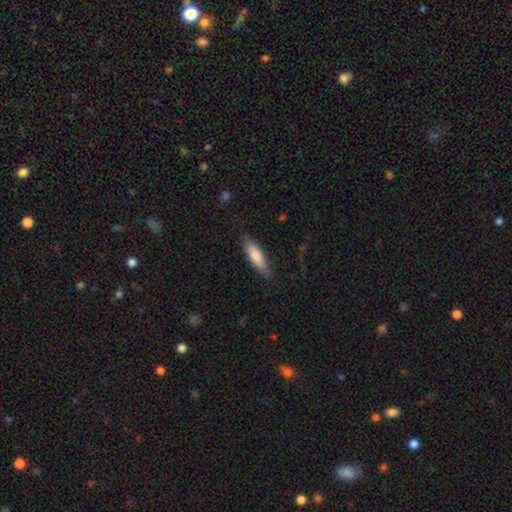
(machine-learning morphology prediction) Smooth or featured? smooth (77%)
How rounded? cigar-shaped (59%)
Merging? none (80%)